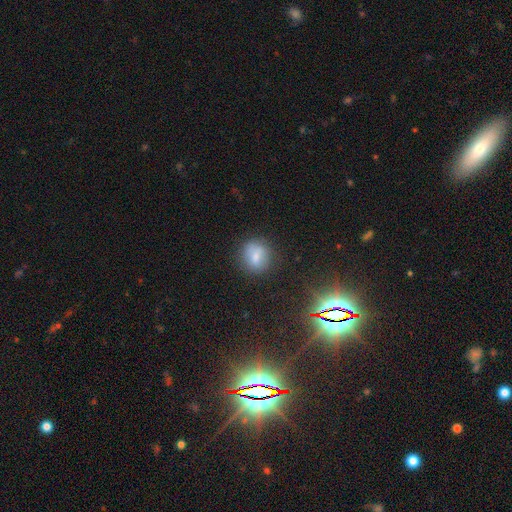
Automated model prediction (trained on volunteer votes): The model was most divided on "smooth or featured": smooth: 74%, featured or disk: 14%, star or artifact: 12%. More confident: how rounded — round (79%); merging — none (79%).